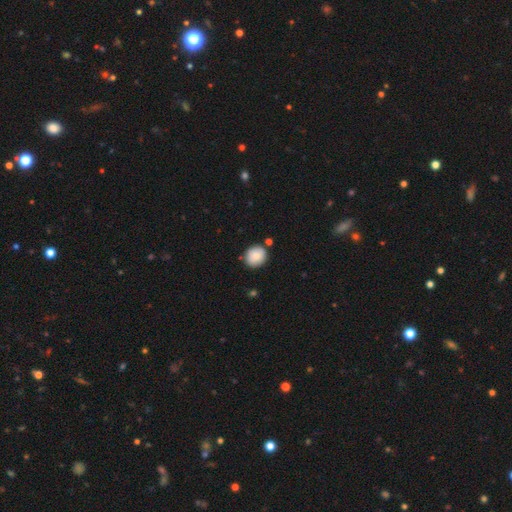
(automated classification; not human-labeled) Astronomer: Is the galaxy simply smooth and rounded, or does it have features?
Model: smooth — 80%.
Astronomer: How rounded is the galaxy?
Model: round — 79%.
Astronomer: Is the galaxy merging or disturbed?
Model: none — 79%.